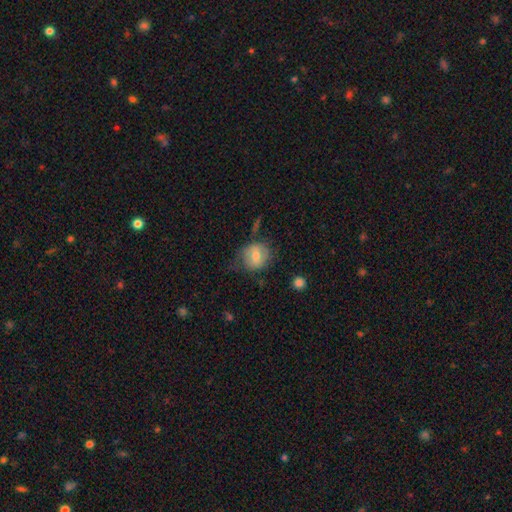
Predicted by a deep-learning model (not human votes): A smooth galaxy with no disk features (64%) that is round (70%).

Vote fractions:
- Smooth or featured? smooth: 64% / featured or disk: 29% / star or artifact: 8%
- How rounded? round: 70% / in between: 29% / cigar-shaped: 1%
- Merging? none: 55% / minor disturbance: 27% / major disturbance: 15% / merger: 3%